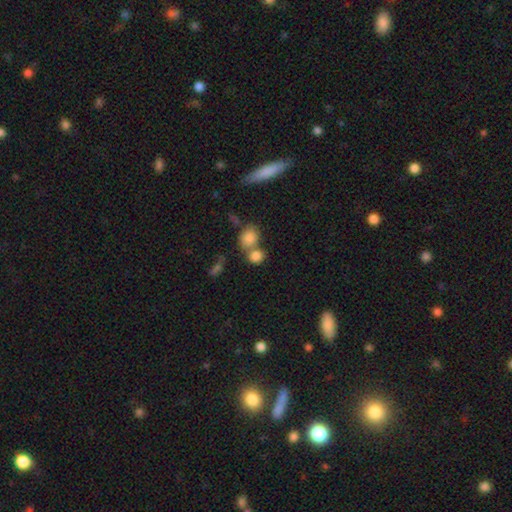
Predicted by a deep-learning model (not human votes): Smooth or featured: smooth — 82% (star or artifact — 11%)
How rounded: round — 65% (in between — 33%)
Merging: merger — 46% (none — 42%)